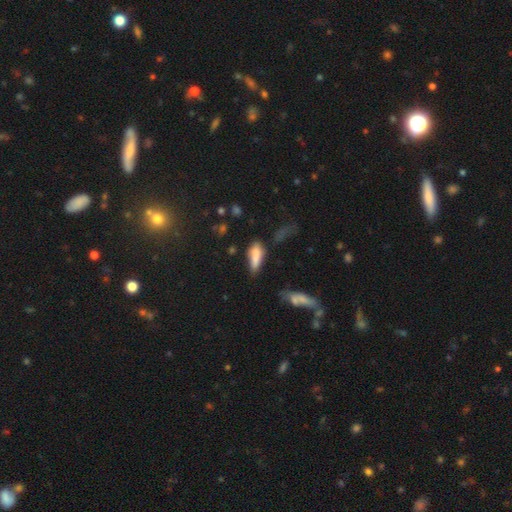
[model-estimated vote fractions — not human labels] This appears to be a smooth galaxy with no disk features (79%) that is cigar-shaped (52%). Merging: none (53%).